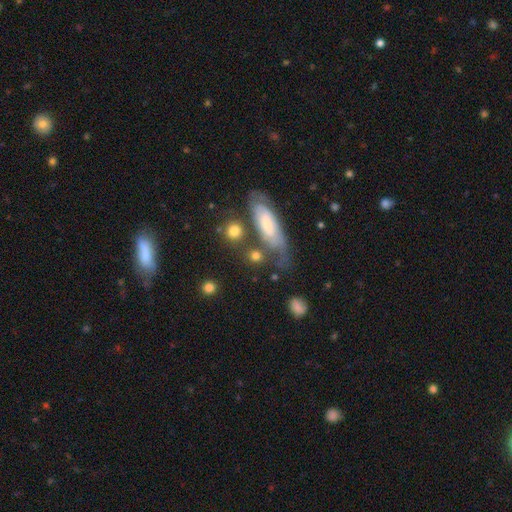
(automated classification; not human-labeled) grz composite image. It shows a smooth galaxy with no disk features (68%) that is round (63%). Merging: none (58%).